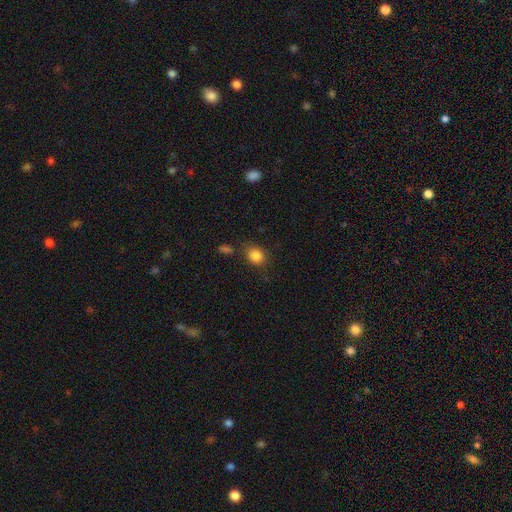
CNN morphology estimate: Overall: smooth (85%). How rounded: round (60%; in between 39%). Merging: none (75%).